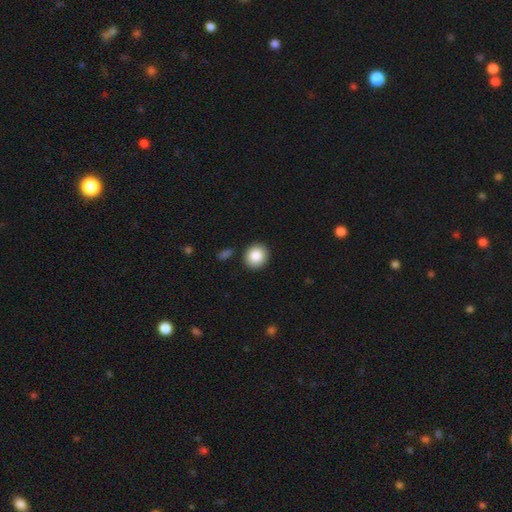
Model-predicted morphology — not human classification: Smooth or featured? Predicted: smooth (p=0.87). How rounded? Predicted: round (p=0.85). Merging? Predicted: none (p=0.89).